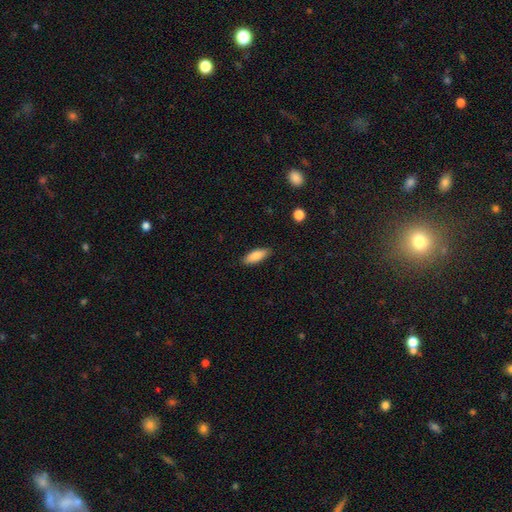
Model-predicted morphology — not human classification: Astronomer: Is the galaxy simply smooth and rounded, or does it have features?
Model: smooth — 86%.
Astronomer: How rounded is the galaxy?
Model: in between — 72%.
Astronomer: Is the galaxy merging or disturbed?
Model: none — 87%.